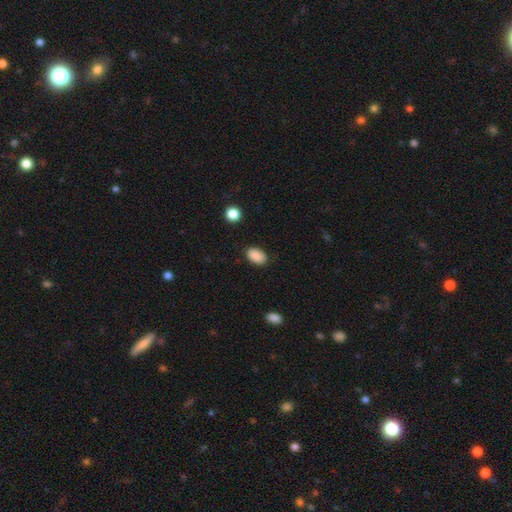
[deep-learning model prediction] smooth-or-featured: smooth: 89% | star or artifact: 8% | featured or disk: 3%
  how-rounded: in between: 90% | round: 9% | cigar-shaped: 1%
  merging: none: 86% | minor disturbance: 10% | major disturbance: 3% | merger: 1%